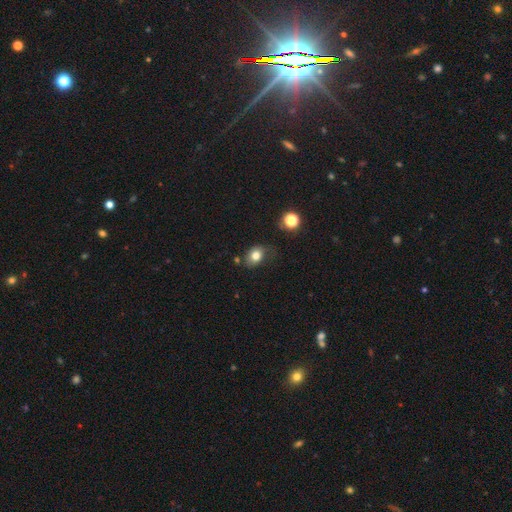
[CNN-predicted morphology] A smooth galaxy with no disk features (78%) that is in between round and cigar-shaped (65%).

Vote fractions:
- Smooth or featured? smooth: 78% / featured or disk: 11% / star or artifact: 11%
- How rounded? in between: 65% / round: 34% / cigar-shaped: 1%
- Merging? none: 60% / minor disturbance: 26% / major disturbance: 9% / merger: 5%